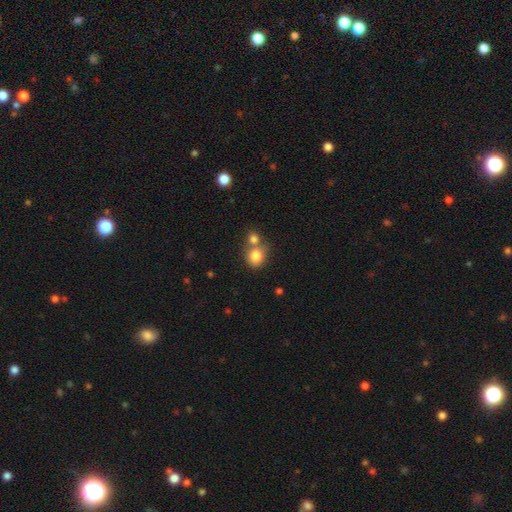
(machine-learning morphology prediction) A smooth galaxy with no disk features (82%) that is round (74%).

Vote fractions:
- Smooth or featured? smooth: 82% / star or artifact: 10% / featured or disk: 9%
- How rounded? round: 74% / in between: 25% / cigar-shaped: 1%
- Merging? merger: 44% / none: 43% / minor disturbance: 9% / major disturbance: 4%